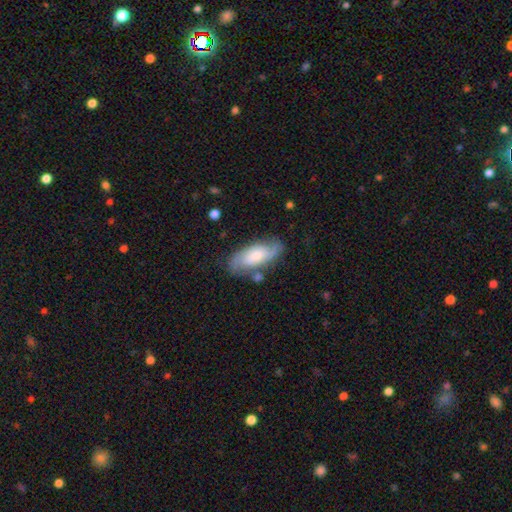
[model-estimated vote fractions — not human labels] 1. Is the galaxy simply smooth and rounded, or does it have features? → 54% featured or disk, 40% smooth, 6% star or artifact.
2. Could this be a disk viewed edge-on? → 88% no, 12% yes.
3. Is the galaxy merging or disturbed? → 69% none, 19% minor disturbance, 6% major disturbance, 5% merger.